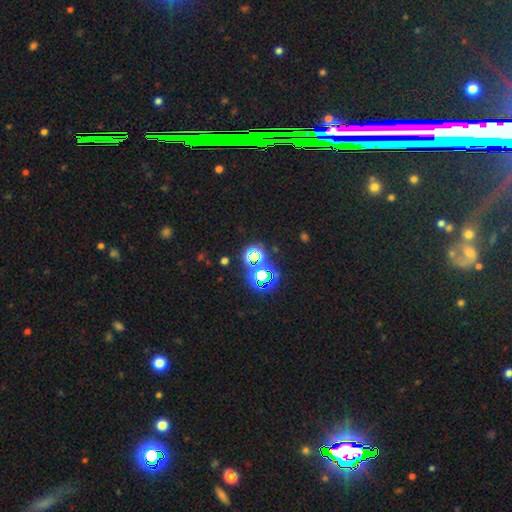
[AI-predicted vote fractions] Q: Smooth or featured?
A: star or artifact (62%); runner-up: smooth (30%)